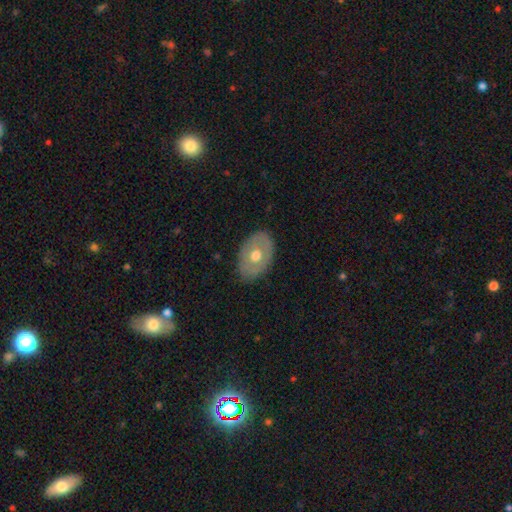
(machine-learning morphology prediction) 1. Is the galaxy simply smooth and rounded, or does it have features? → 50% smooth, 44% featured or disk, 6% star or artifact.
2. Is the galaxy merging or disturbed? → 83% none, 14% minor disturbance, 3% major disturbance, 1% merger.